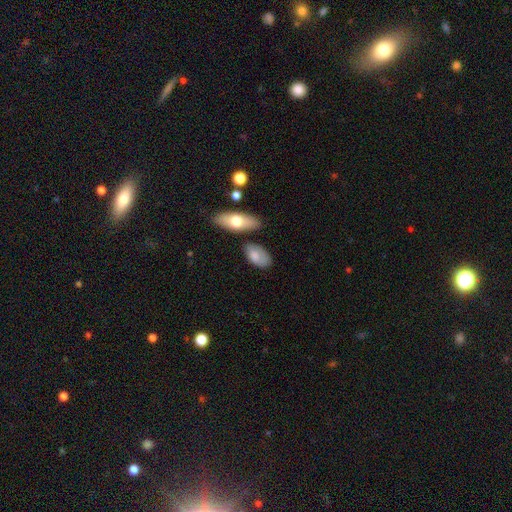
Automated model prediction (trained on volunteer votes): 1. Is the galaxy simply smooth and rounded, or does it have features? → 70% smooth, 24% featured or disk, 6% star or artifact.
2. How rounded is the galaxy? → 91% in between, 5% round, 4% cigar-shaped.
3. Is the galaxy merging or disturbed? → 63% none, 23% minor disturbance, 7% major disturbance, 7% merger.